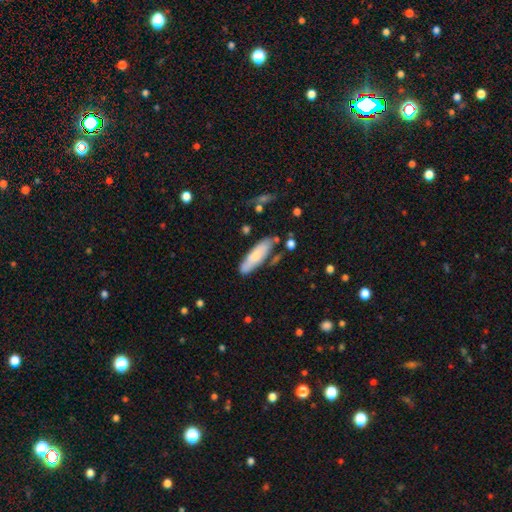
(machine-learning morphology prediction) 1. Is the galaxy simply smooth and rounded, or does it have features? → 67% smooth, 27% featured or disk, 6% star or artifact.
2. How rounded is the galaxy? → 51% cigar-shaped, 47% in between, 2% round.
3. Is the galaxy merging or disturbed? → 70% none, 19% minor disturbance, 6% merger, 4% major disturbance.